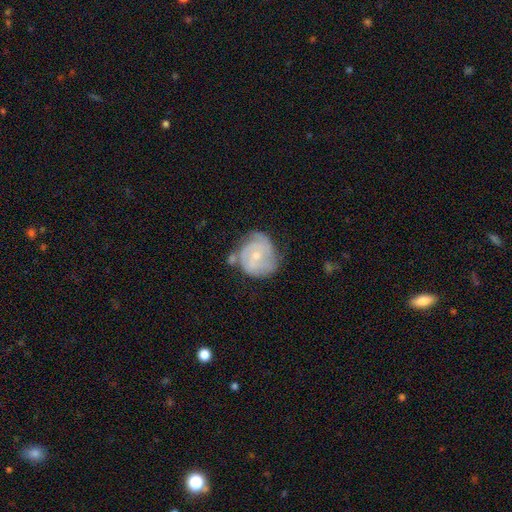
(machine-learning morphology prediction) The model was most divided on "spiral arm count" (2-way tie): 2: 29%, can't tell: 29%, 3: 28%, 4: 6%, 1: 5%, more than 4: 3%. More confident: edge-on disk — no (98%); spiral arms — yes (90%); smooth or featured — featured or disk (73%); bar — no (65%); spiral winding — tight (63%); bulge size — small (59%); merging — none (52%).